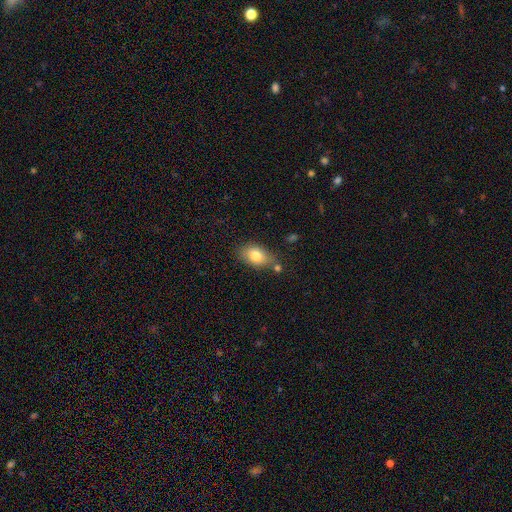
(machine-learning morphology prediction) Smooth or featured: smooth — 79% (featured or disk — 13%)
How rounded: in between — 85% (round — 13%)
Merging: none — 68% (minor disturbance — 18%)